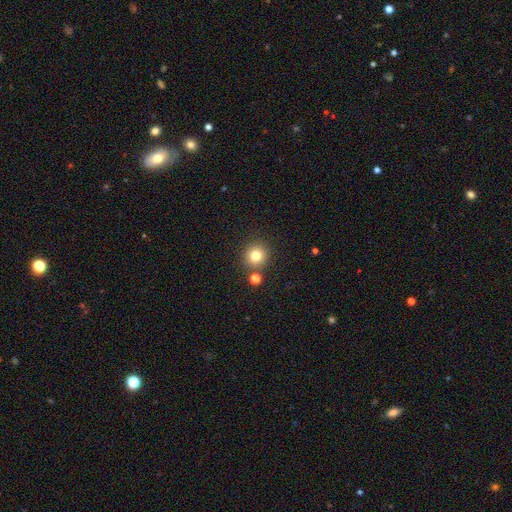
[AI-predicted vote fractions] smooth-or-featured: smooth: 79% | star or artifact: 13% | featured or disk: 7%
  how-rounded: round: 93% | in between: 6% | cigar-shaped: 1%
  merging: none: 83% | merger: 7% | minor disturbance: 7% | major disturbance: 2%